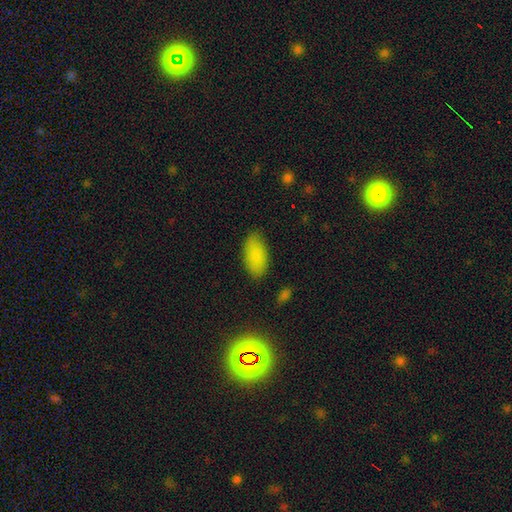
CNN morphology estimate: smooth_or_featured: smooth (p=0.86) [alt: star or artifact p=0.08]
how_rounded: in between (p=0.93) [alt: cigar-shaped p=0.05]
merging: none (p=0.85) [alt: minor disturbance p=0.11]